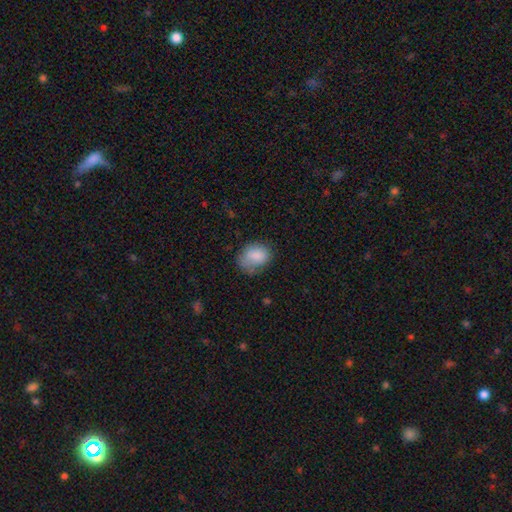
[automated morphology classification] A smooth galaxy with no disk features (83%) that is in between round and cigar-shaped (58%).

Vote fractions:
- Smooth or featured? smooth: 83% / featured or disk: 9% / star or artifact: 8%
- How rounded? in between: 58% / round: 41% / cigar-shaped: 1%
- Merging? none: 59% / minor disturbance: 29% / major disturbance: 10% / merger: 2%